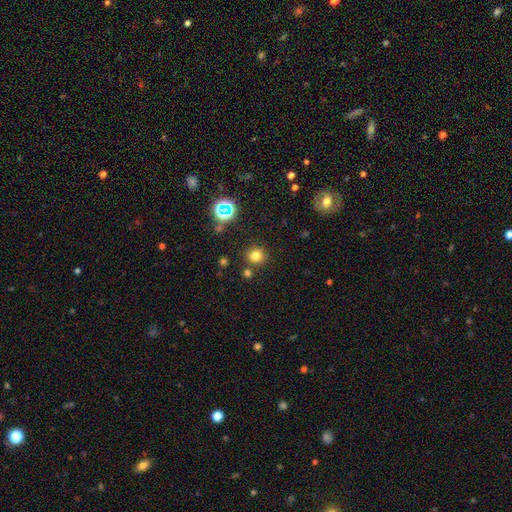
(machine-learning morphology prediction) smooth 75%, star or artifact 18%, featured or disk 7%. Down the decision tree: how rounded — round (92%); merging — none (82%).